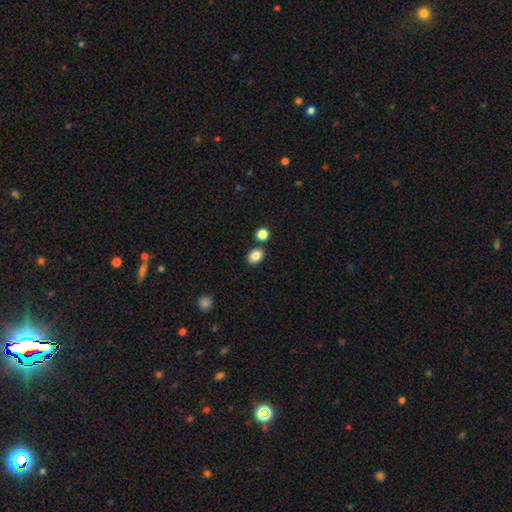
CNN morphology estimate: A smooth galaxy with no disk features (85%) that is in between round and cigar-shaped (61%). Merging: none (79%).